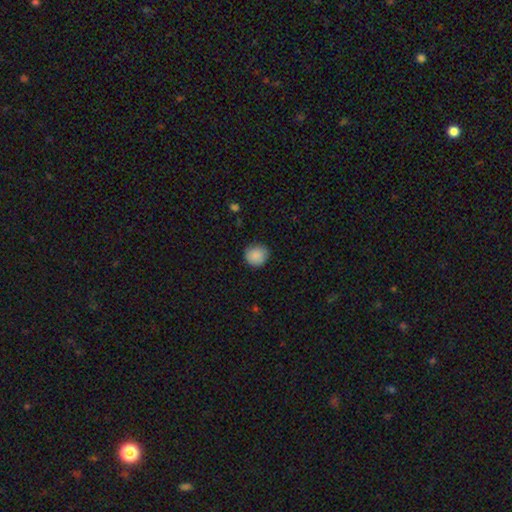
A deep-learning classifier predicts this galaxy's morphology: A smooth galaxy with no disk features (88%) that is round (89%). Merging: none (82%).